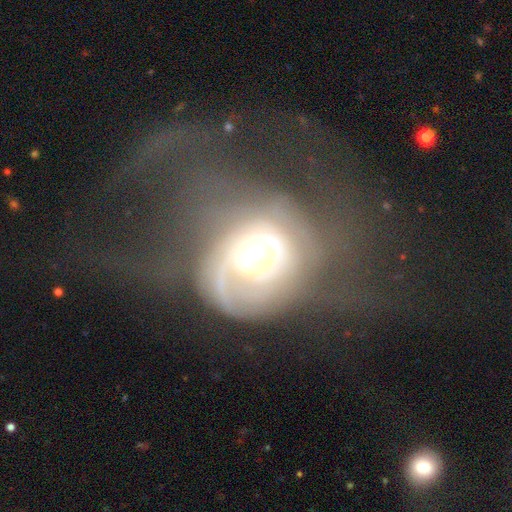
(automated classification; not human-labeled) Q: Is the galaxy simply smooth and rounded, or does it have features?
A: featured or disk — 76%.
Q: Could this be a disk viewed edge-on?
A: no — 97%.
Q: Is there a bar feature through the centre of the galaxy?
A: no — 76%.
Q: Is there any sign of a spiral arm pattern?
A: yes — 75%.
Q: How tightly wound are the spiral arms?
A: tight — 44%.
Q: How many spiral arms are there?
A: can't tell — 31%.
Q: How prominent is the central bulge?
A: moderate — 62%.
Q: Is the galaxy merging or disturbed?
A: major disturbance — 54%.